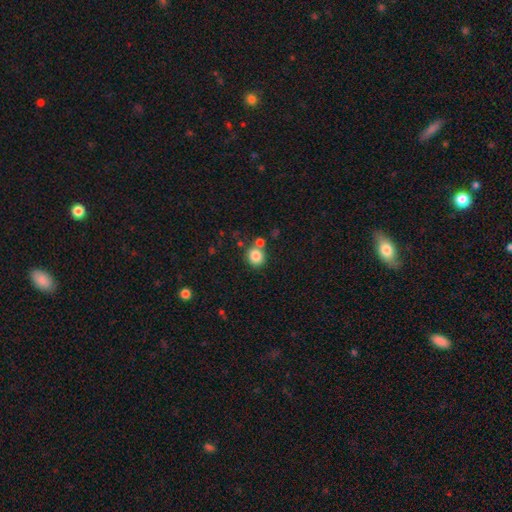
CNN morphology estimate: Q: Smooth or featured?
A: smooth (84%); runner-up: star or artifact (10%)
Q: How rounded?
A: round (84%); runner-up: in between (15%)
Q: Merging?
A: none (69%); runner-up: merger (17%)